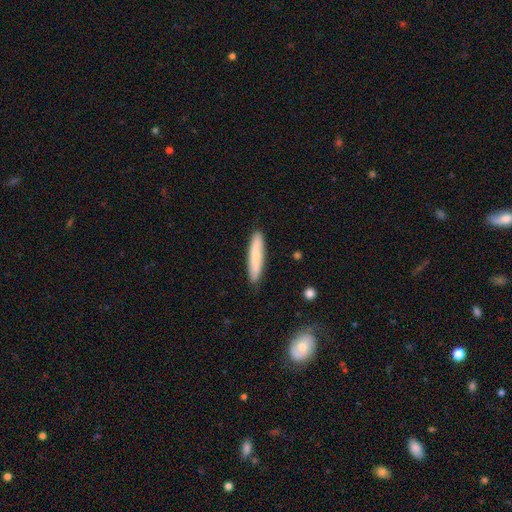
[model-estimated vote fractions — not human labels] Morphology: type=smooth (75%); roundness=cigar-shaped (89%); merging=none (88%).